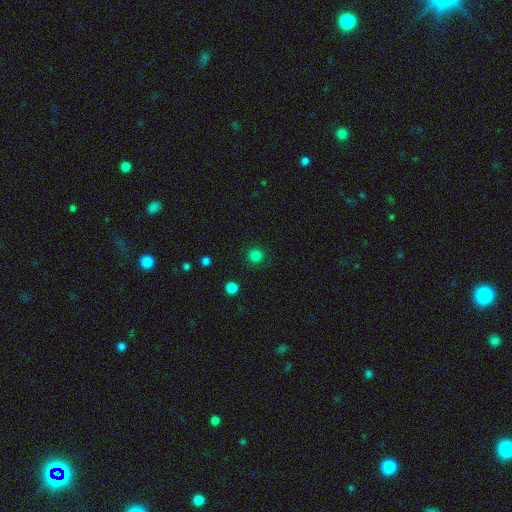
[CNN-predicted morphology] Smooth or featured: smooth — 82% (star or artifact — 15%)
How rounded: round — 95% (in between — 4%)
Merging: none — 90% (minor disturbance — 6%)